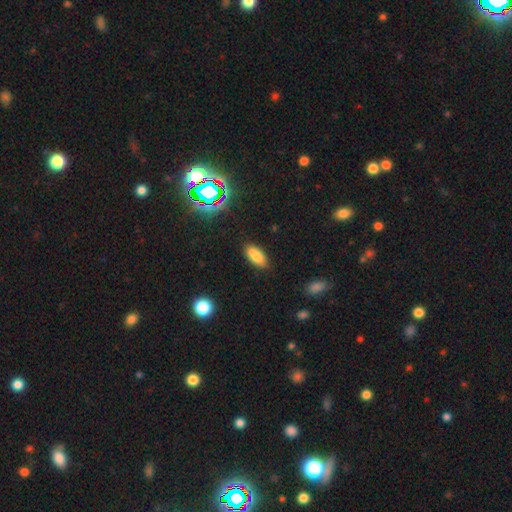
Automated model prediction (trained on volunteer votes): smooth 79%, star or artifact 11%, featured or disk 10%. Down the decision tree: how rounded — in between (86%); merging — none (72%).